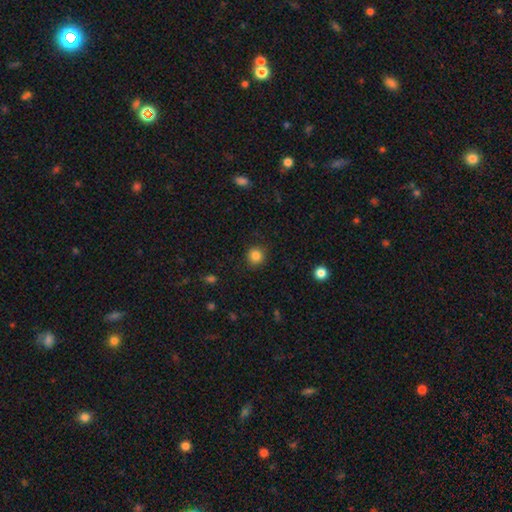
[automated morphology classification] This is clearly a smooth galaxy (85%). How rounded: clearly round (92%). Merging: clearly none (89%).